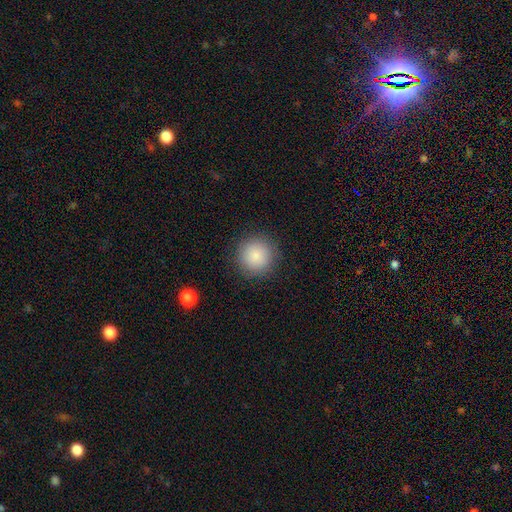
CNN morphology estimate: smooth-or-featured: smooth: 87% | star or artifact: 8% | featured or disk: 5%
  how-rounded: round: 95% | in between: 4% | cigar-shaped: 1%
  merging: none: 90% | minor disturbance: 7% | major disturbance: 3% | merger: 1%